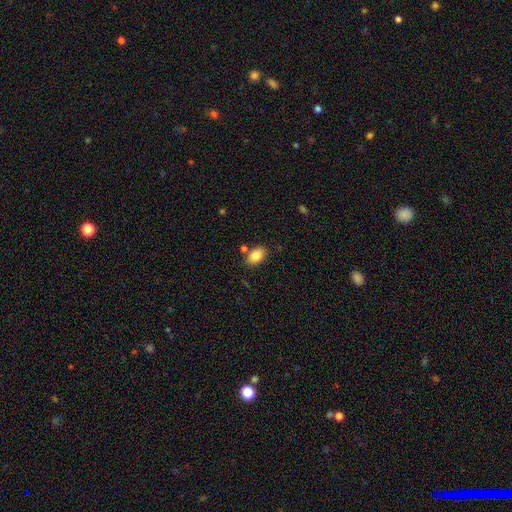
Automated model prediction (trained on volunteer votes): smooth 85%, star or artifact 8%, featured or disk 7%. Down the decision tree: how rounded — in between (89%); merging — none (78%).